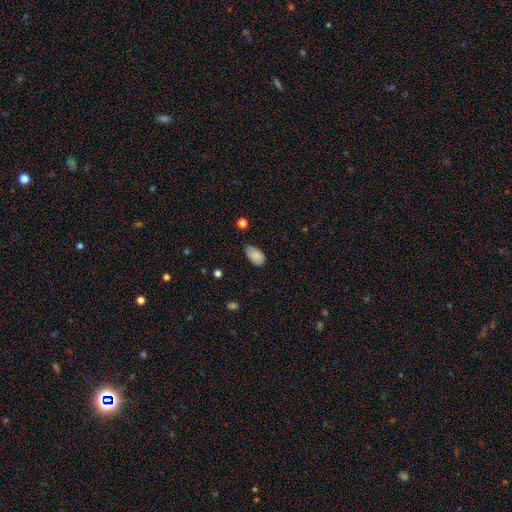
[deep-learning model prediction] Morphology: type=smooth (84%); roundness=in between (94%); merging=none (63%).